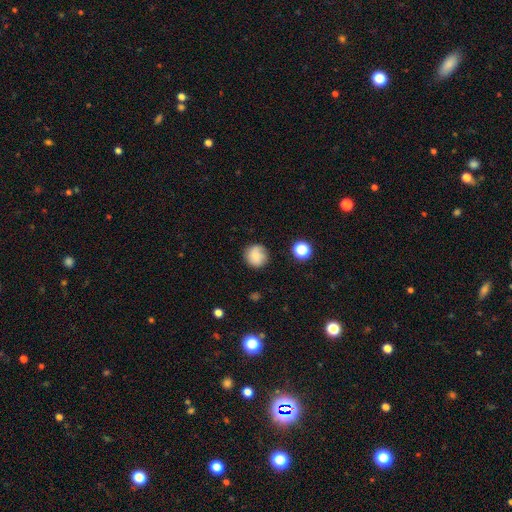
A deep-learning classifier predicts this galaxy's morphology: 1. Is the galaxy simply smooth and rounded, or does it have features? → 78% smooth, 12% featured or disk, 10% star or artifact.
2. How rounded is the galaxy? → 92% round, 7% in between, 1% cigar-shaped.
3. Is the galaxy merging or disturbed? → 78% none, 16% minor disturbance, 4% major disturbance, 2% merger.